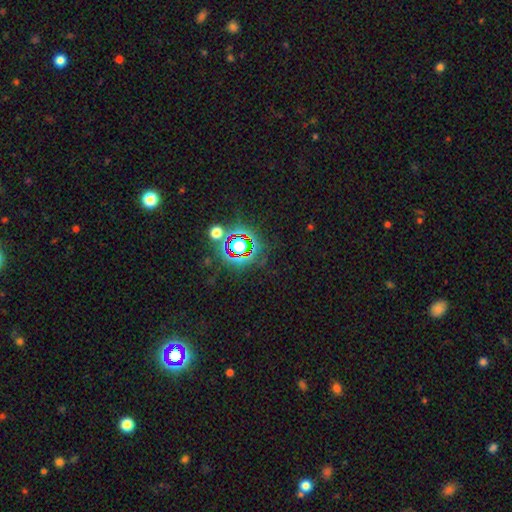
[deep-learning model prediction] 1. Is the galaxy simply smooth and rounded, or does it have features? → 79% star or artifact, 13% smooth, 8% featured or disk.